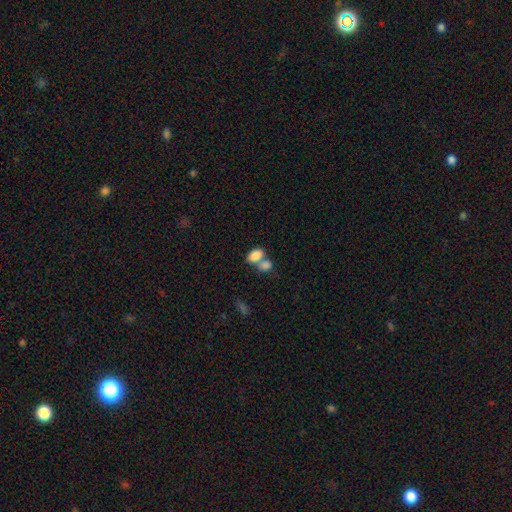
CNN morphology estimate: Smooth or featured? Predicted: smooth (p=0.83). How rounded? Predicted: in between (p=0.88). Merging? Predicted: merger (p=0.57).